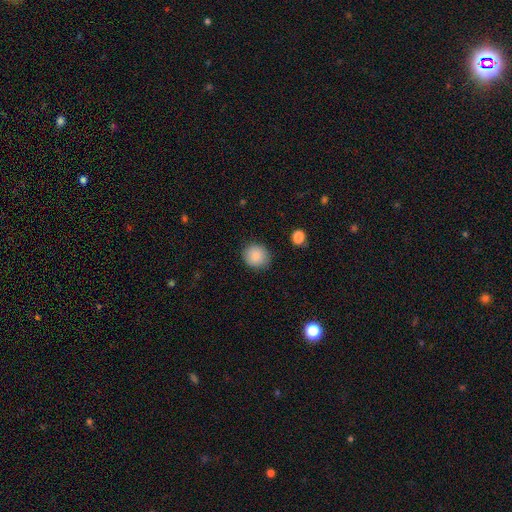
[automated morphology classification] Smooth or featured? Predicted: smooth (p=0.86). How rounded? Predicted: round (p=0.86). Merging? Predicted: none (p=0.87).